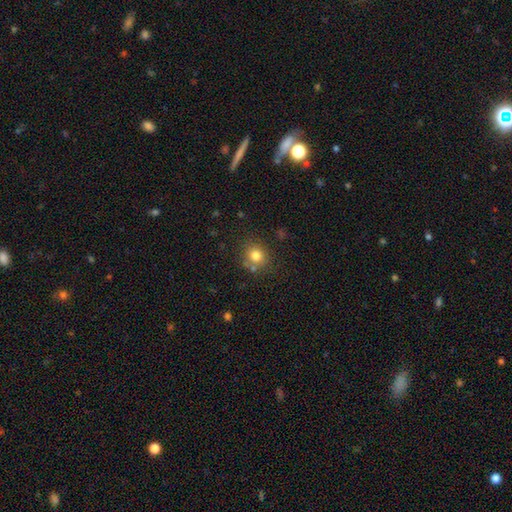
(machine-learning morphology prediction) Q: Smooth or featured?
A: smooth (78%); runner-up: star or artifact (13%)
Q: How rounded?
A: round (83%); runner-up: in between (16%)
Q: Merging?
A: none (74%); runner-up: minor disturbance (13%)